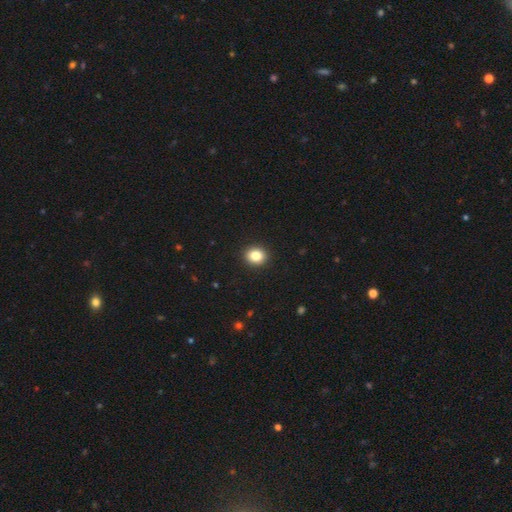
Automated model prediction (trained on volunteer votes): A smooth galaxy with no disk features (84%) that is round (71%).

Vote fractions:
- Smooth or featured? smooth: 84% / star or artifact: 10% / featured or disk: 6%
- How rounded? round: 71% / in between: 28% / cigar-shaped: 1%
- Merging? none: 92% / minor disturbance: 5% / major disturbance: 2% / merger: 1%